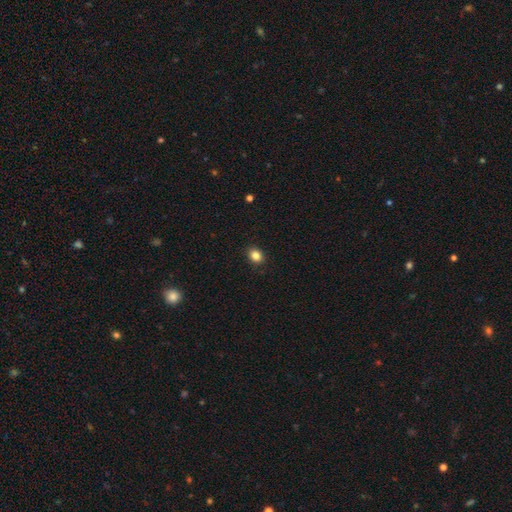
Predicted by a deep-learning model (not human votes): Q: Smooth or featured?
A: smooth (85%); runner-up: star or artifact (11%)
Q: How rounded?
A: round (53%); runner-up: in between (46%)
Q: Merging?
A: none (91%); runner-up: minor disturbance (7%)